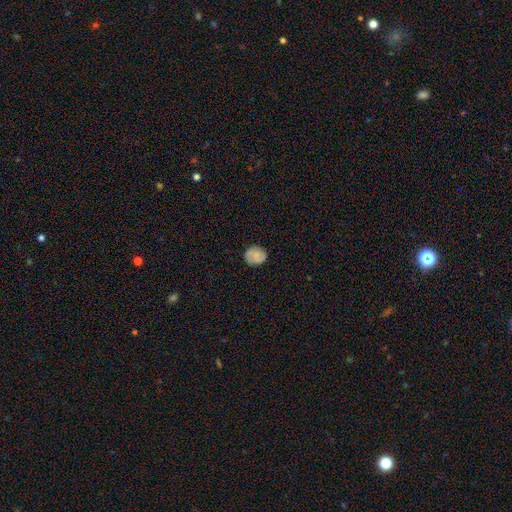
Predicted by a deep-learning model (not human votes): smooth 62%, featured or disk 28%, star or artifact 10%. Down the decision tree: how rounded — round (65%); merging — none (80%).